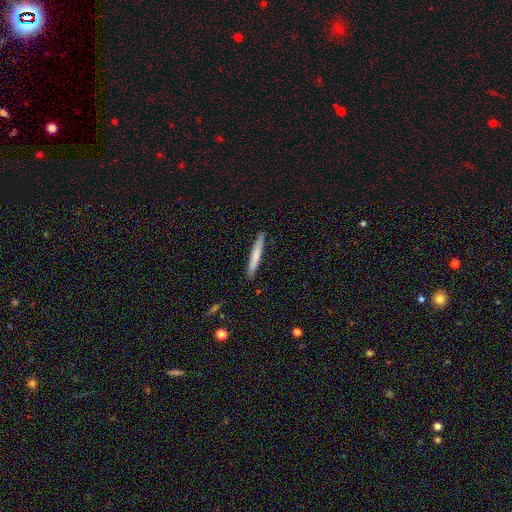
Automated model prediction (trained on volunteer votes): The model was most divided on "smooth or featured": smooth: 72%, featured or disk: 23%, star or artifact: 5%. More confident: how rounded — cigar-shaped (96%); merging — none (90%).